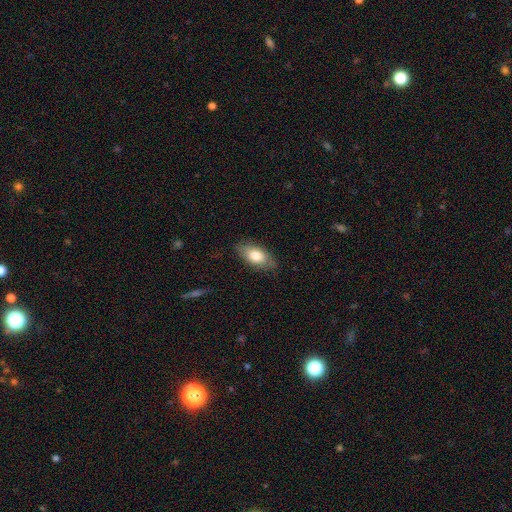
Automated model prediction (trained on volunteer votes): A smooth galaxy with no disk features (78%) that is in between round and cigar-shaped (89%). Merging: none (82%).